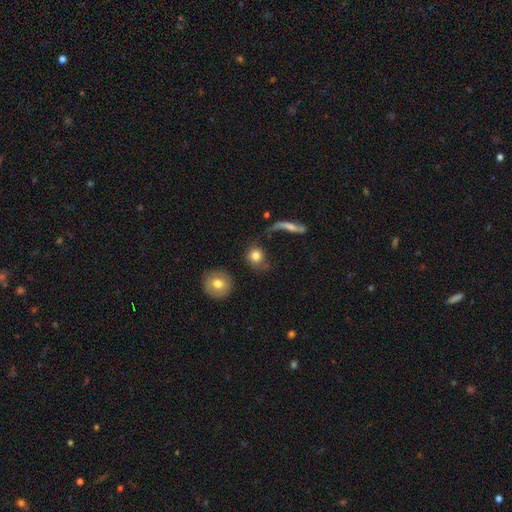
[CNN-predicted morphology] Smooth or featured? smooth (80%)
How rounded? round (83%)
Merging? none (55%)